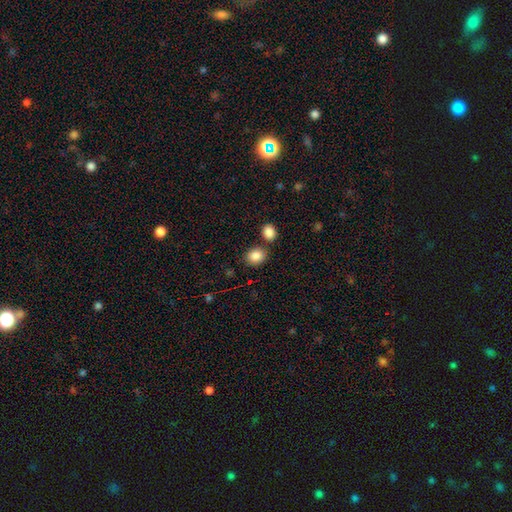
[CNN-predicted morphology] smooth-or-featured: smooth: 86% | star or artifact: 9% | featured or disk: 5%
  how-rounded: round: 54% | in between: 45% | cigar-shaped: 1%
  merging: none: 74% | merger: 14% | minor disturbance: 9% | major disturbance: 3%